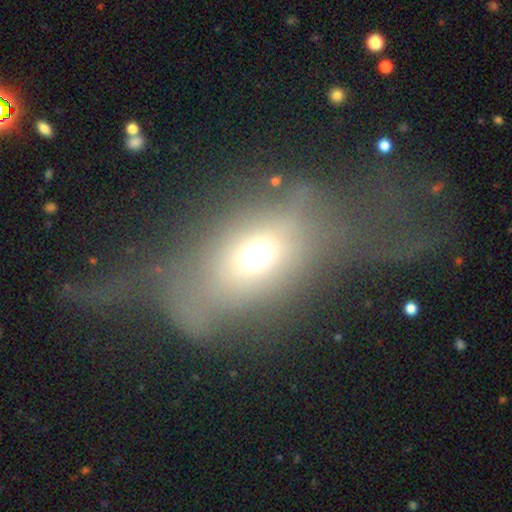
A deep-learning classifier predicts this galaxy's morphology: The model was most divided on "merging": none: 52%, major disturbance: 21%, minor disturbance: 18%, merger: 8%. More confident: how rounded — in between (70%); smooth or featured — smooth (58%).